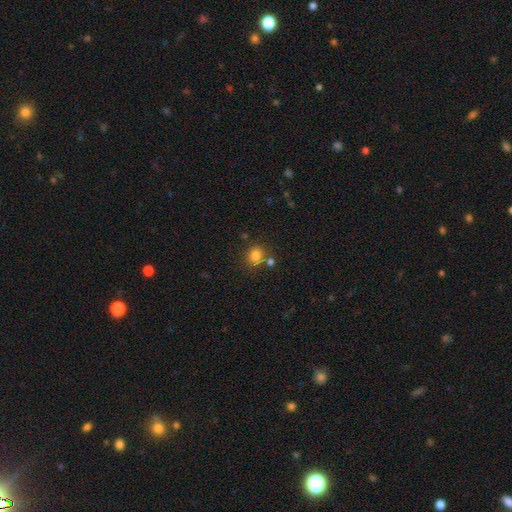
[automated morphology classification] smooth-or-featured: smooth: 81% | star or artifact: 12% | featured or disk: 6%
  how-rounded: round: 76% | in between: 23% | cigar-shaped: 1%
  merging: none: 71% | merger: 14% | minor disturbance: 11% | major disturbance: 4%